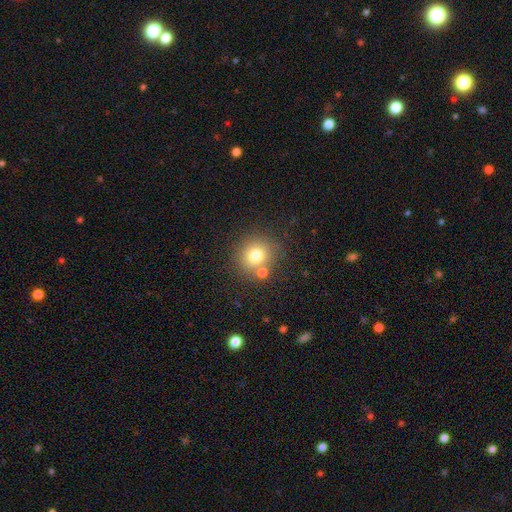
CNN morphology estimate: smooth 75%, star or artifact 13%, featured or disk 12%. Down the decision tree: how rounded — round (89%); merging — none (71%).